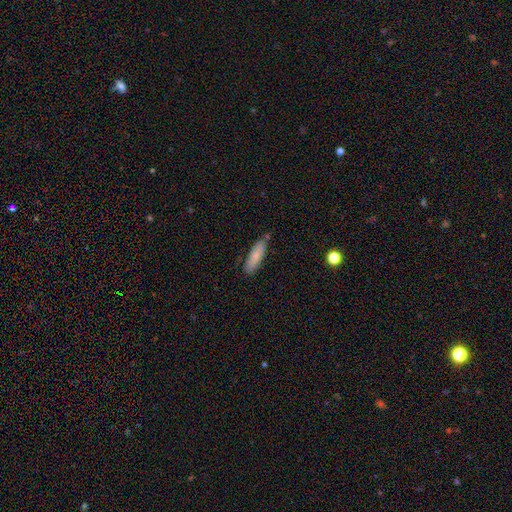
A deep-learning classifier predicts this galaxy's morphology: smooth 79%, featured or disk 15%, star or artifact 6%. Down the decision tree: how rounded — cigar-shaped (56%); merging — none (78%).